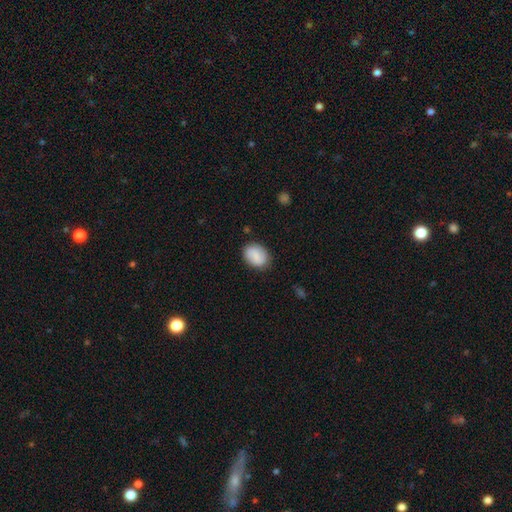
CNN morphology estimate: This is likely a smooth galaxy (66%). How rounded: likely in between (71%). Merging: clearly none (84%).